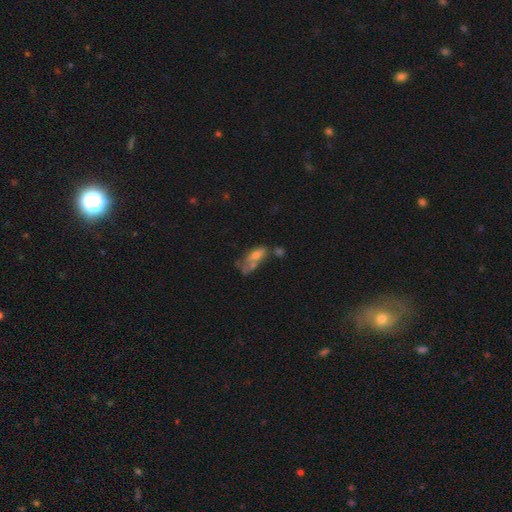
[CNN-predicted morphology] This is possibly a smooth galaxy (51%). How rounded: likely in between (72%). Merging: marginally merger (29%).